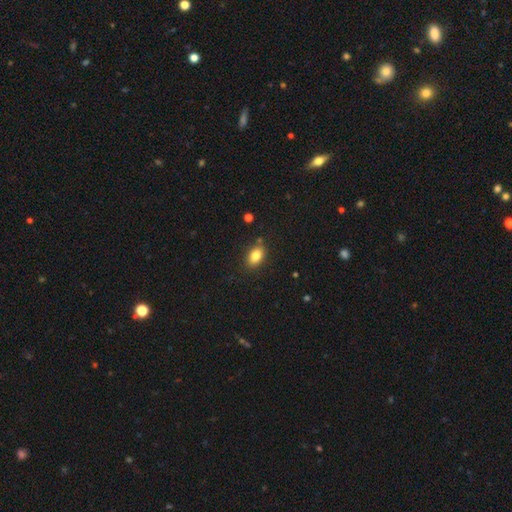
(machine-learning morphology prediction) A smooth galaxy with no disk features (83%) that is in between round and cigar-shaped (85%). Merging: none (83%).